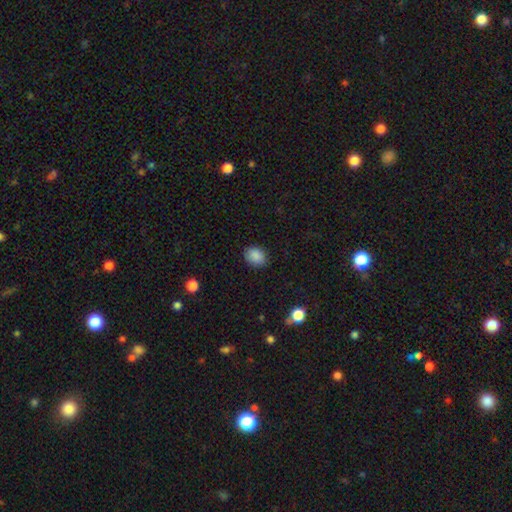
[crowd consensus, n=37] A smooth galaxy with no disk features (86%) that is round (50%, tied with in between). Merging: none (80%).